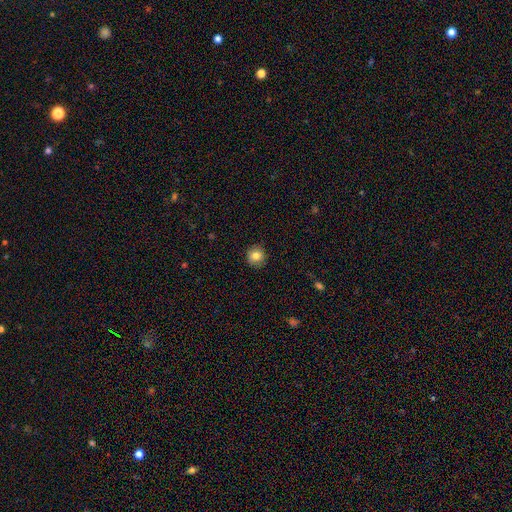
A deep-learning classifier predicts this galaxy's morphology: Q: Smooth or featured?
A: smooth (82%); runner-up: star or artifact (10%)
Q: How rounded?
A: round (93%); runner-up: in between (6%)
Q: Merging?
A: none (91%); runner-up: minor disturbance (7%)